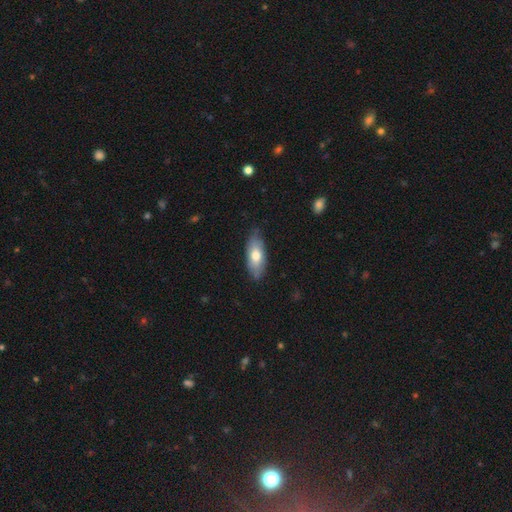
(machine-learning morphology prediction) A smooth galaxy with no disk features (68%) that is in between round and cigar-shaped (82%).

Vote fractions:
- Smooth or featured? smooth: 68% / featured or disk: 27% / star or artifact: 6%
- How rounded? in between: 82% / cigar-shaped: 16% / round: 2%
- Merging? none: 76% / minor disturbance: 20% / major disturbance: 3% / merger: 1%